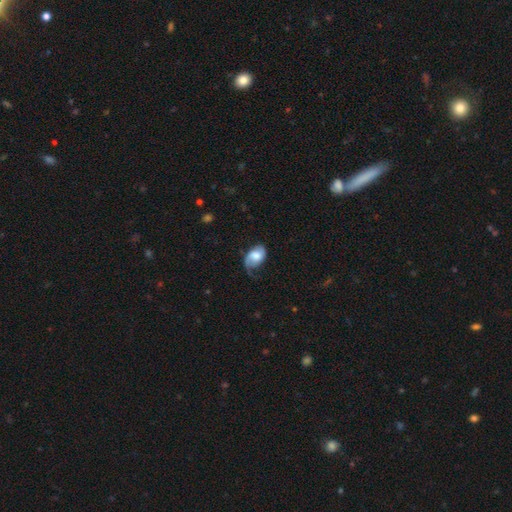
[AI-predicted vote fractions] Morphology: type=featured or disk (50%); edge-on=no (96%); merging=none (42%).